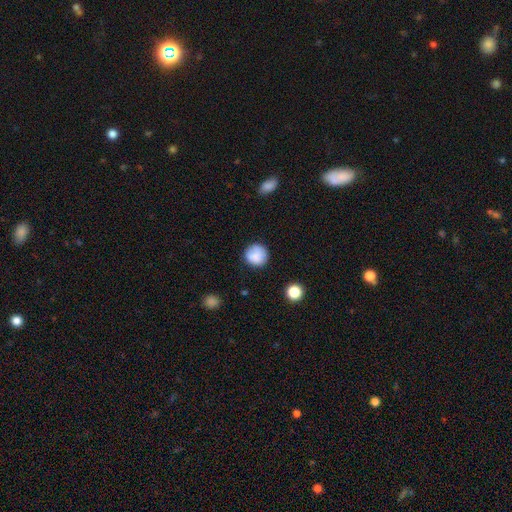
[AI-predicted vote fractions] This is clearly a smooth galaxy (85%). How rounded: clearly round (93%). Merging: clearly none (82%).